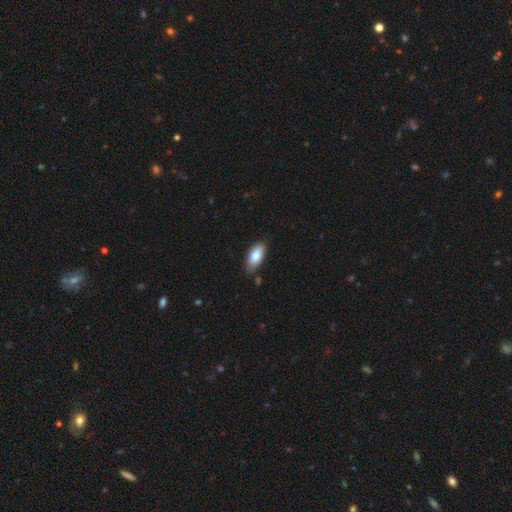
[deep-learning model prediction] smooth_or_featured: smooth (p=0.81) [alt: featured or disk p=0.13]
how_rounded: in between (p=0.89) [alt: cigar-shaped p=0.08]
merging: none (p=0.80) [alt: minor disturbance p=0.15]